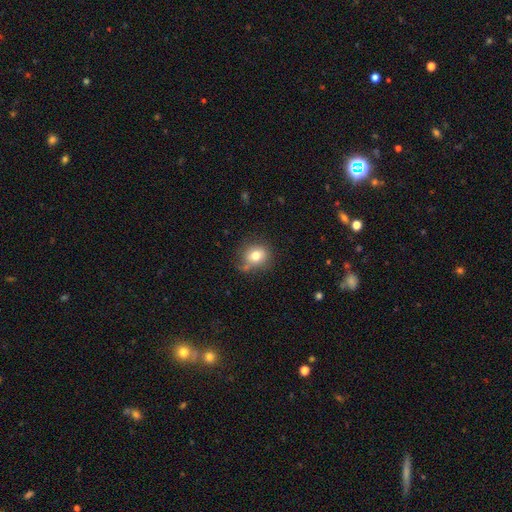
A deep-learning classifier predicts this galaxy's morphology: Smooth or featured?
  - smooth: 77% *
  - featured or disk: 12%
  - star or artifact: 11%
How rounded?
  - round: 72% *
  - in between: 27%
  - cigar-shaped: 1%
Merging?
  - none: 66% *
  - minor disturbance: 22%
  - major disturbance: 6%
  - merger: 5%